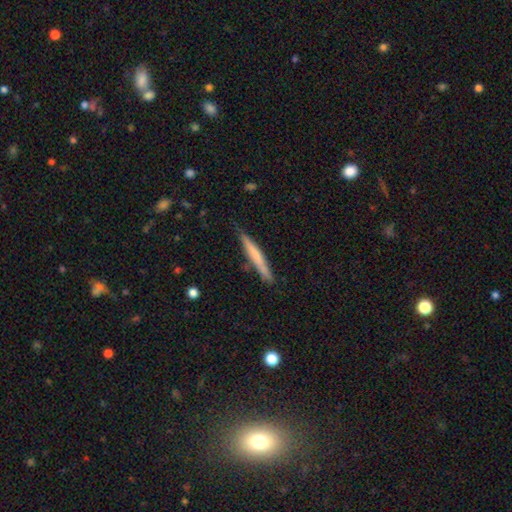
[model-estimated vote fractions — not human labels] Q: Smooth or featured?
A: smooth (60%); runner-up: featured or disk (34%)
Q: How rounded?
A: cigar-shaped (95%); runner-up: in between (3%)
Q: Merging?
A: none (81%); runner-up: minor disturbance (14%)